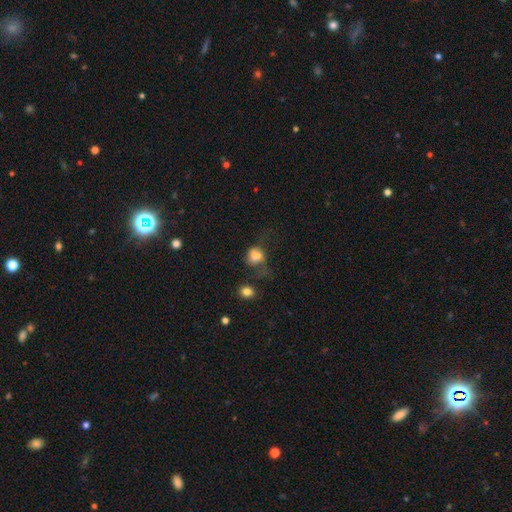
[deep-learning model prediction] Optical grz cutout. It shows a smooth galaxy with no disk features (71%) that is round (54%). Merging: none (29%).